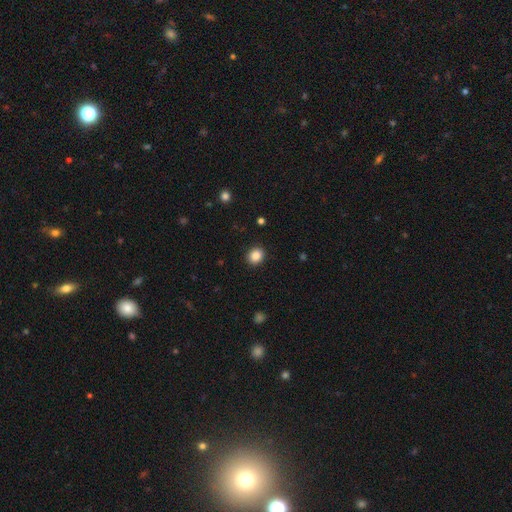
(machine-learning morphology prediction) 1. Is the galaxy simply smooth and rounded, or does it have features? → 87% smooth, 10% star or artifact, 4% featured or disk.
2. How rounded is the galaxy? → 73% round, 26% in between, 1% cigar-shaped.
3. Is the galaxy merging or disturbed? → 91% none, 6% minor disturbance, 2% major disturbance, 1% merger.